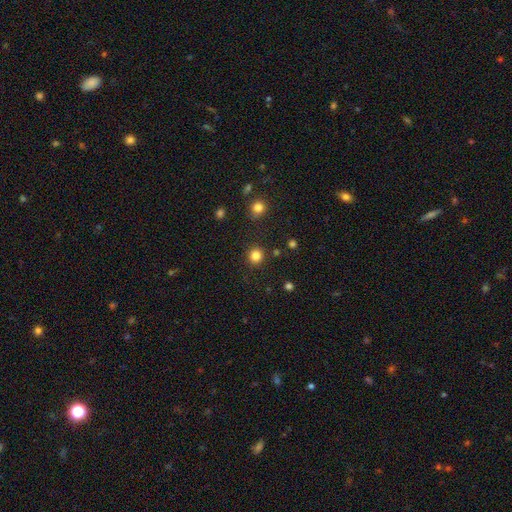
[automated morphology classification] Smooth or featured? smooth (83%)
How rounded? round (92%)
Merging? none (90%)